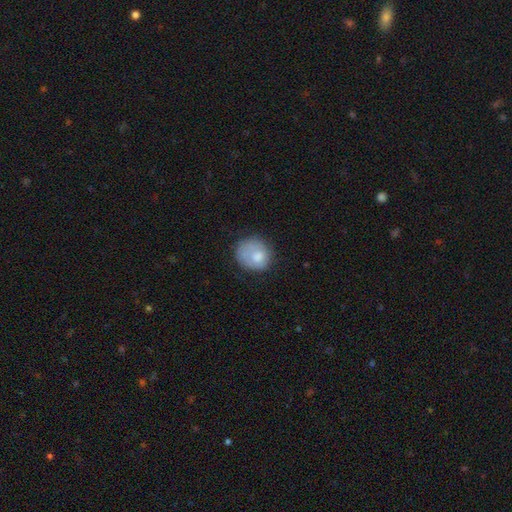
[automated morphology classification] A smooth galaxy with no disk features (75%) that is round (73%).

Vote fractions:
- Smooth or featured? smooth: 75% / featured or disk: 17% / star or artifact: 8%
- How rounded? round: 73% / in between: 26% / cigar-shaped: 1%
- Merging? none: 54% / minor disturbance: 28% / major disturbance: 15% / merger: 3%